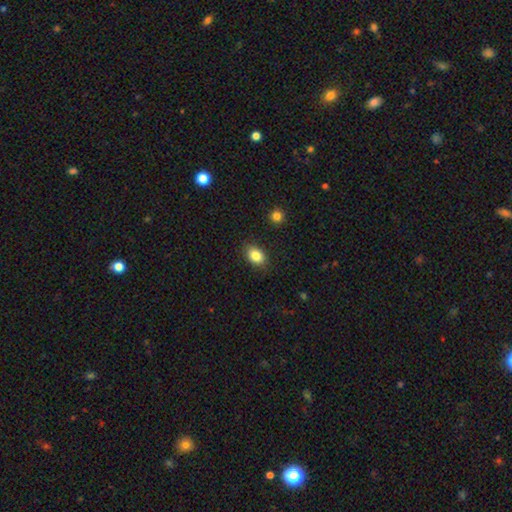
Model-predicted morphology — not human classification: Smooth or featured?
  - smooth: 85% *
  - star or artifact: 9%
  - featured or disk: 6%
How rounded?
  - in between: 73% *
  - round: 25%
  - cigar-shaped: 1%
Merging?
  - none: 85% *
  - minor disturbance: 11%
  - major disturbance: 3%
  - merger: 1%